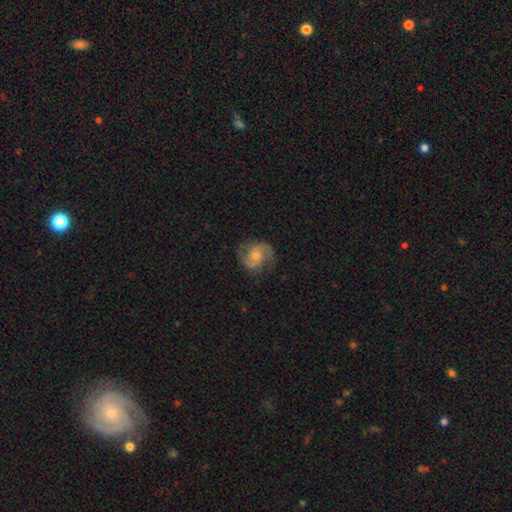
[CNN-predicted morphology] The model was most divided on "bulge size": moderate: 53%, small: 39%, none: 3%, large: 3%, dominant: 1%. More confident: edge-on disk — no (98%); spiral arms — yes (97%); spiral arm count — 2 (91%); smooth or featured — featured or disk (84%); merging — none (77%); bar — no (56%); spiral winding — medium (56%).